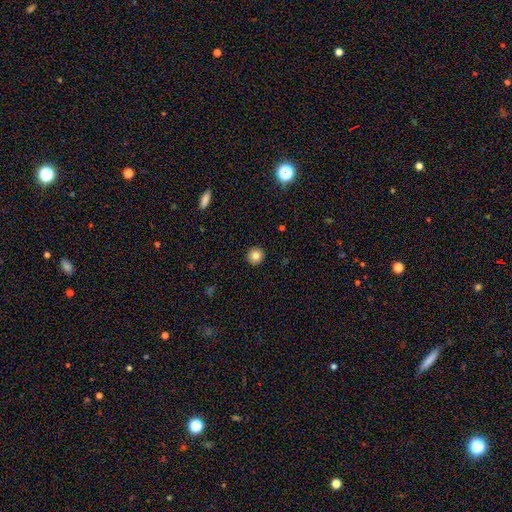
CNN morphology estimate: Smooth or featured: smooth — 82% (star or artifact — 11%)
How rounded: round — 94% (in between — 5%)
Merging: none — 92% (minor disturbance — 5%)